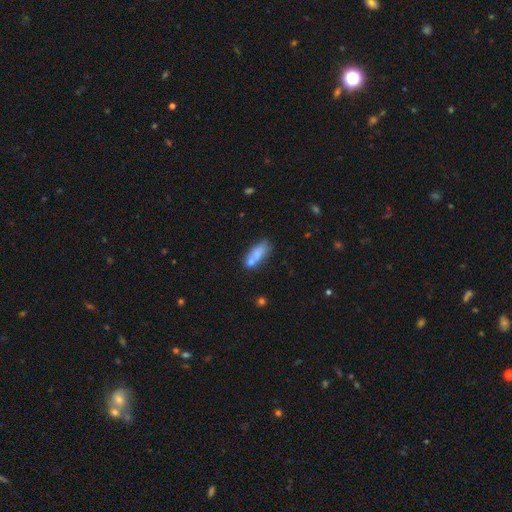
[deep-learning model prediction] smooth_or_featured: smooth (p=0.75) [alt: featured or disk p=0.16]
how_rounded: in between (p=0.66) [alt: cigar-shaped p=0.31]
merging: none (p=0.48) [alt: merger p=0.25]